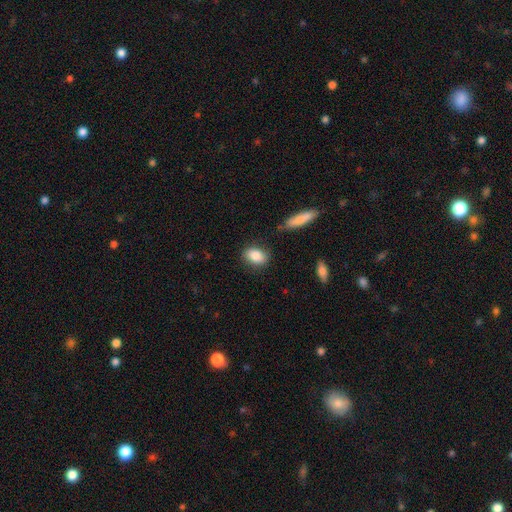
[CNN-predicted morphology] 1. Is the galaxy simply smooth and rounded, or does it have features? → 86% smooth, 7% featured or disk, 7% star or artifact.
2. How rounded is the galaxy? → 78% in between, 20% round, 3% cigar-shaped.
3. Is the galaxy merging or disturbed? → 79% none, 14% minor disturbance, 4% merger, 3% major disturbance.